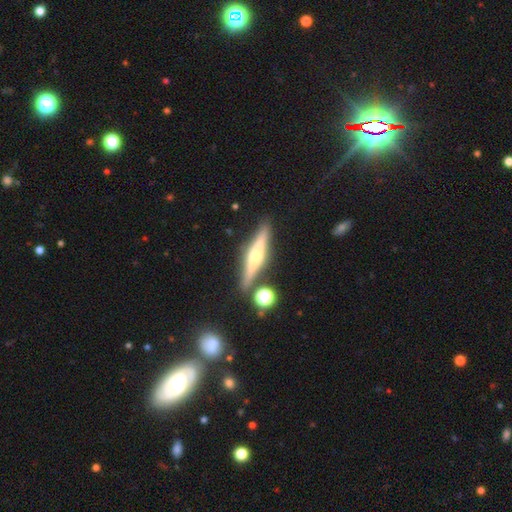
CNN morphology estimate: smooth_or_featured: featured or disk (p=0.66) [alt: smooth p=0.26]
disk_edge_on: yes (p=0.96) [alt: no p=0.04]
edge_on_bulge: rounded (p=0.90) [alt: boxy p=0.05]
merging: none (p=0.83) [alt: minor disturbance p=0.09]